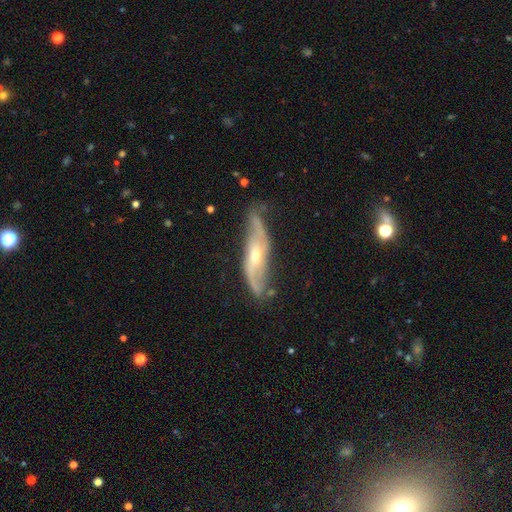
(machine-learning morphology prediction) Smooth or featured?
  - featured or disk: 81% *
  - smooth: 13%
  - star or artifact: 7%
Edge-on disk?
  - no: 71% *
  - yes: 29%
Bar?
  - no: 54% *
  - weak: 33%
  - strong: 13%
Spiral arms?
  - yes: 91% *
  - no: 9%
Spiral winding?
  - loose: 48% *
  - medium: 35%
  - tight: 18%
Spiral arm count?
  - 2: 81% *
  - can't tell: 12%
  - 1: 2%
  - 3: 2%
  - 4: 1%
  - more than 4: 1%
Bulge size?
  - small: 50% *
  - moderate: 46%
  - large: 2%
  - none: 1%
  - dominant: 1%
Merging?
  - none: 66% *
  - minor disturbance: 24%
  - major disturbance: 8%
  - merger: 2%